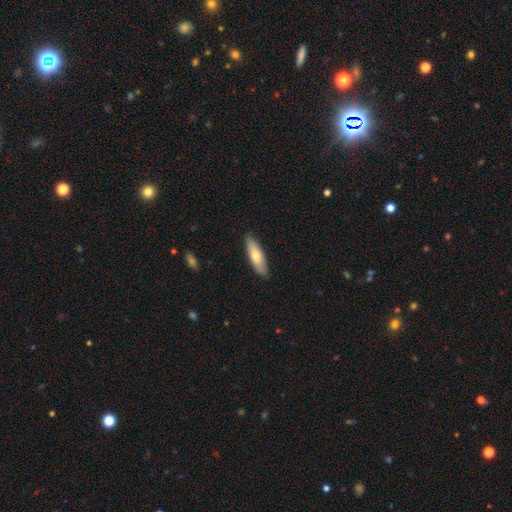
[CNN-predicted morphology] Smooth or featured? Predicted: smooth (p=0.70). How rounded? Predicted: in between (p=0.52). Merging? Predicted: none (p=0.86).